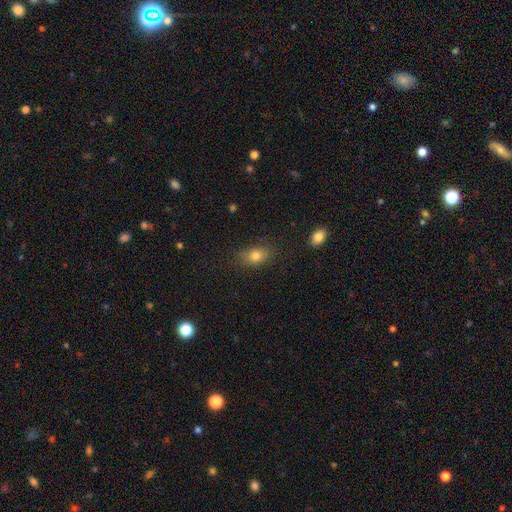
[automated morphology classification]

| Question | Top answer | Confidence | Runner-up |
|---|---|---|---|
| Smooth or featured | smooth | 81% | star or artifact (11%) |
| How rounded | in between | 70% | round (28%) |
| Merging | none | 78% | minor disturbance (16%) |